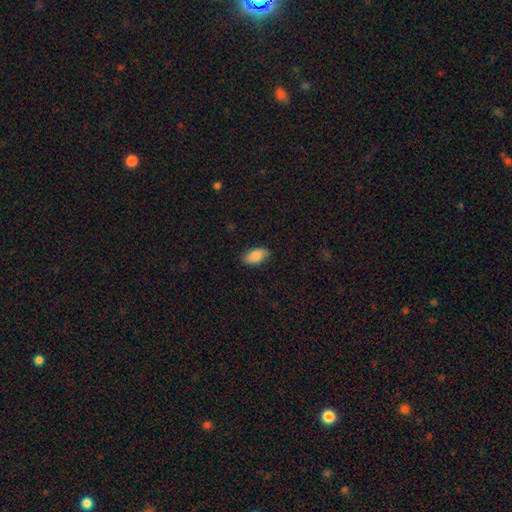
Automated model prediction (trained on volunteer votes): Smooth or featured? smooth (85%)
How rounded? in between (93%)
Merging? none (83%)